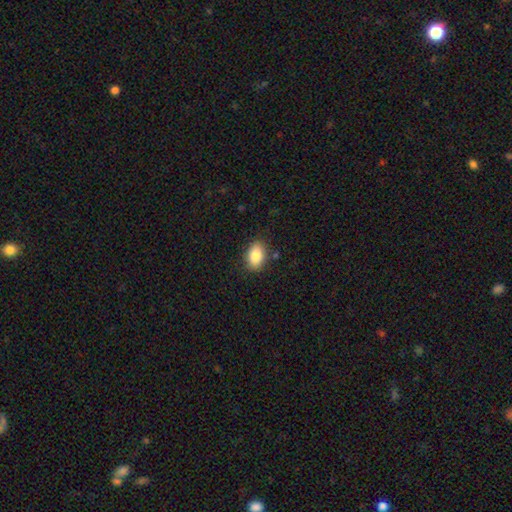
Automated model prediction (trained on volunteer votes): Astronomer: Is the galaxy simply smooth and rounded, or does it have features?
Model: smooth — 86%.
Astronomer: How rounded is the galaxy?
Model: in between — 86%.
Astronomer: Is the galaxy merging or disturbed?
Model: none — 85%.